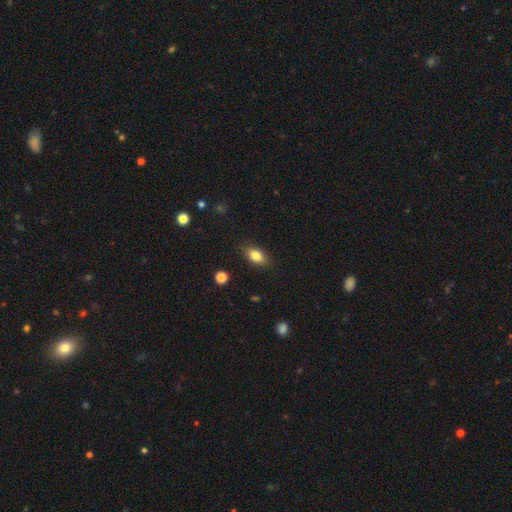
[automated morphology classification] A smooth galaxy with no disk features (82%) that is in between round and cigar-shaped (86%). Merging: none (85%).